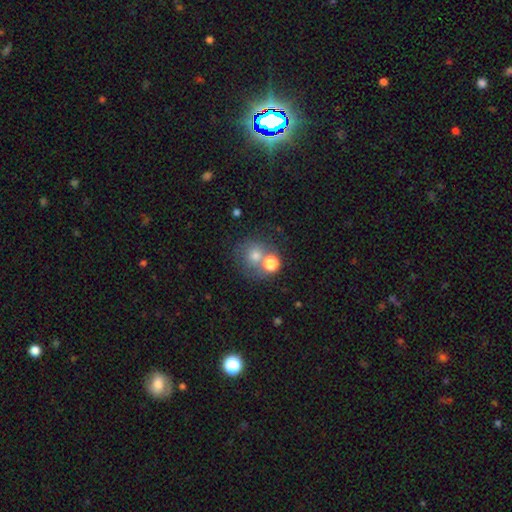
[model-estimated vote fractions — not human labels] Morphology: type=smooth (64%); roundness=round (84%); merging=none (50%).